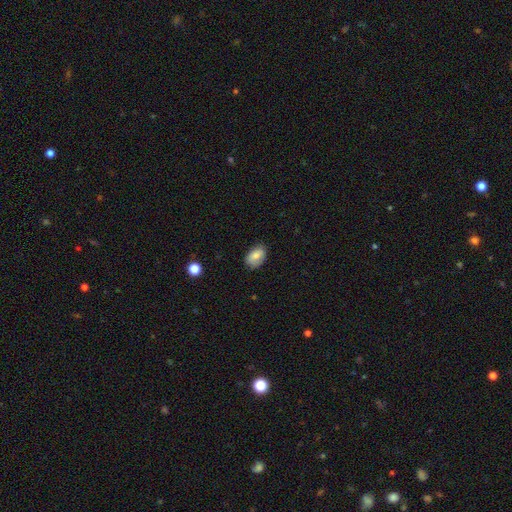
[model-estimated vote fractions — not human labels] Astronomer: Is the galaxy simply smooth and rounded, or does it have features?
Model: smooth — 81%.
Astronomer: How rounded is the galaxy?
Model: in between — 88%.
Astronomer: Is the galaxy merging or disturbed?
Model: none — 76%.